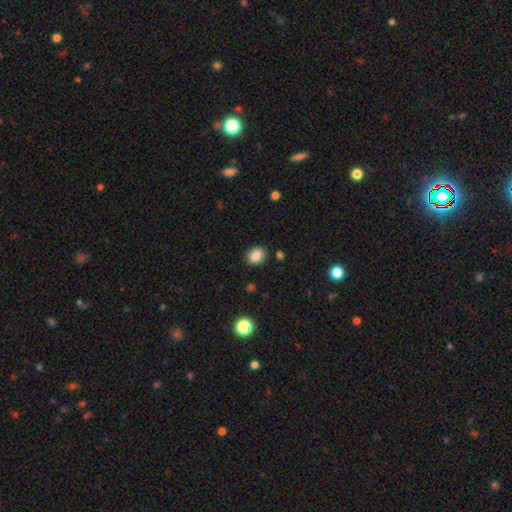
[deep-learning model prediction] Smooth or featured? Predicted: smooth (p=0.85). How rounded? Predicted: in between (p=0.51). Merging? Predicted: none (p=0.87).